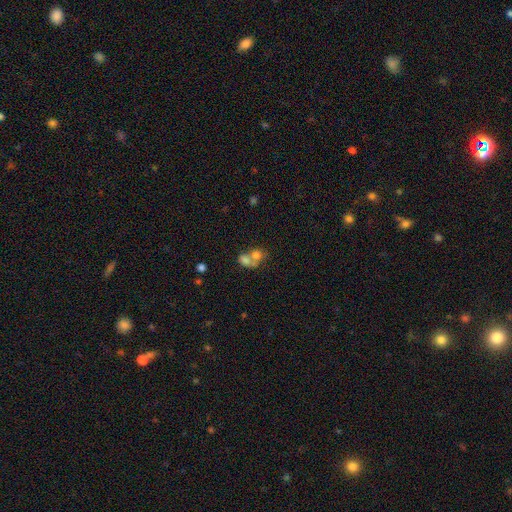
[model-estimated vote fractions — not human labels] Q: Smooth or featured?
A: smooth (69%); runner-up: featured or disk (18%)
Q: How rounded?
A: in between (49%); tied with: round (49%)
Q: Merging?
A: merger (66%); runner-up: none (22%)